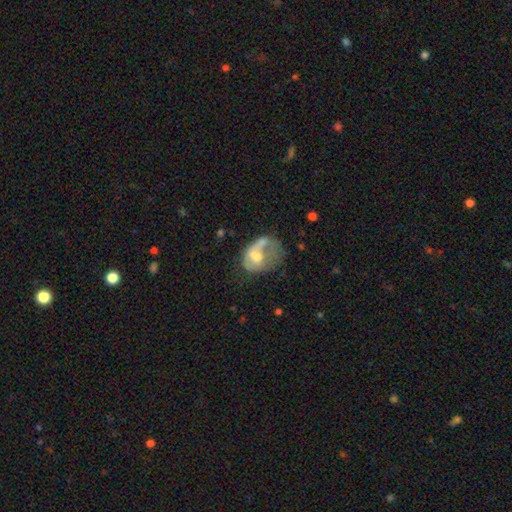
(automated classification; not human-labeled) Q: Smooth or featured?
A: featured or disk (46%); runner-up: smooth (44%)
Q: Merging?
A: major disturbance (46%); runner-up: minor disturbance (20%)